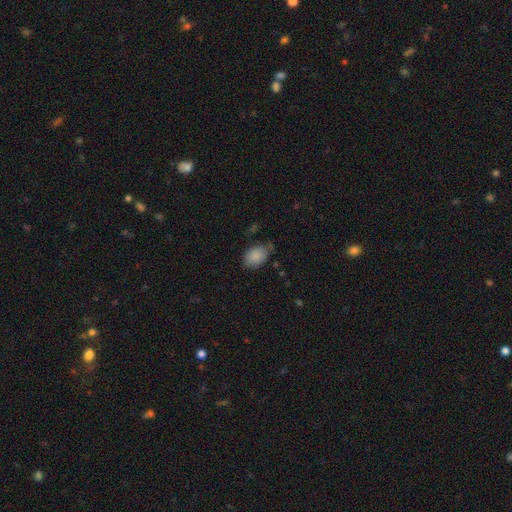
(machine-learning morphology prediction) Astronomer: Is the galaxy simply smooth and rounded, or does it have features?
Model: smooth — 88%.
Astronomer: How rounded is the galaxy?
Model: in between — 82%.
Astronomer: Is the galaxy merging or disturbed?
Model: none — 71%.